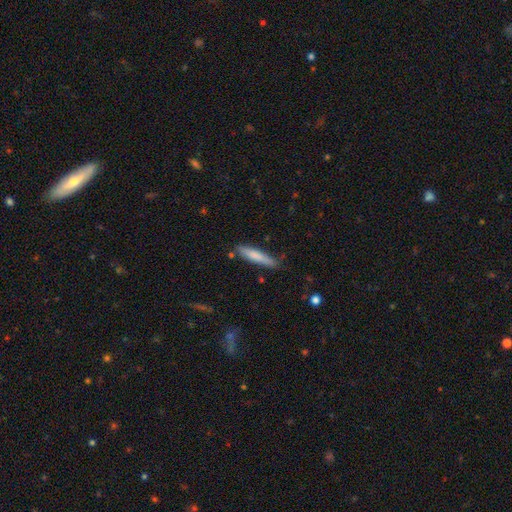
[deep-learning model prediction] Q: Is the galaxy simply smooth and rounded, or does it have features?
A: smooth — 76%.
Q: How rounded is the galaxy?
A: cigar-shaped — 88%.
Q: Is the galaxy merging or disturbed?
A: none — 77%.